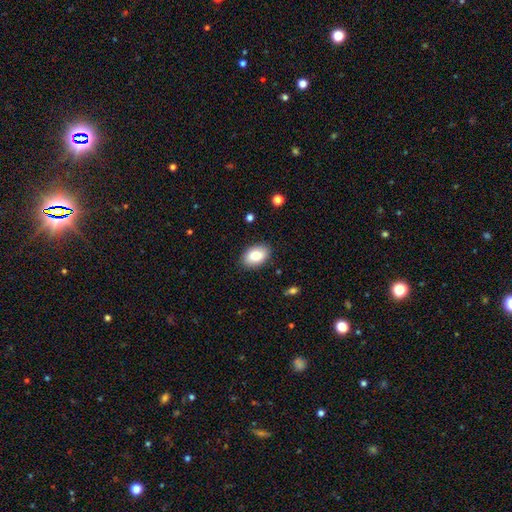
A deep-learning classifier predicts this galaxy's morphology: The model was most divided on "merging": none: 87%, minor disturbance: 10%, major disturbance: 2%, merger: 1%. More confident: how rounded — in between (89%); smooth or featured — smooth (85%).